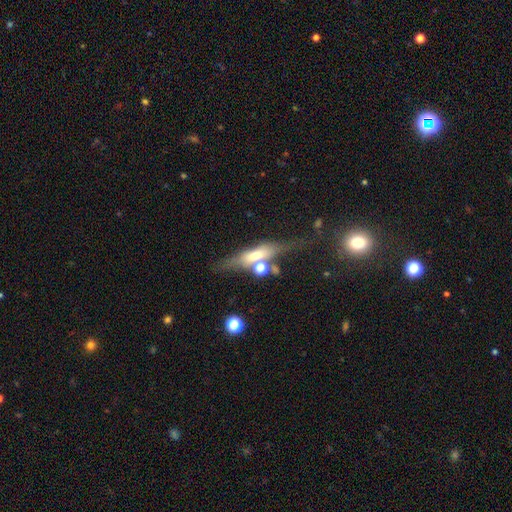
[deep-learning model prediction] Smooth or featured: featured or disk — 51% (smooth — 36%)
Edge-on disk: yes — 80% (no — 20%)
Merging: none — 57% (minor disturbance — 18%)